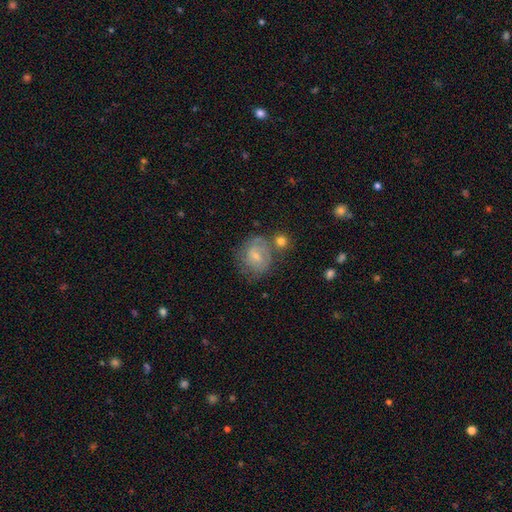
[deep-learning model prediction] Morphology: type=featured or disk (52%); edge-on=no (97%); bar=no (48%); spiral arms=yes (74%); bulge=small (57%); merging=none (54%).